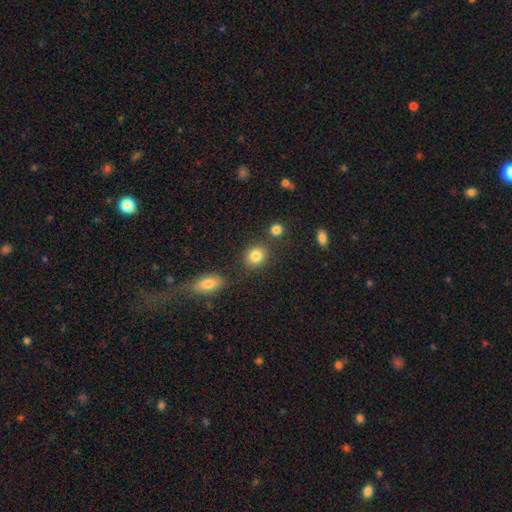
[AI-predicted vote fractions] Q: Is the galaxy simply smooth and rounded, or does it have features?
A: smooth — 84%.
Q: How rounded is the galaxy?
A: round — 63%.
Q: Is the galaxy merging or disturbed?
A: none — 78%.